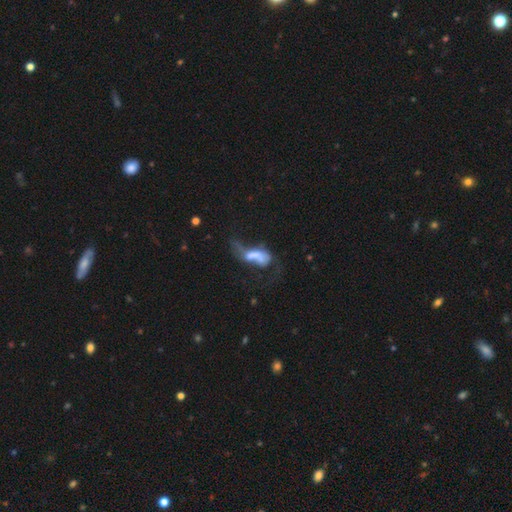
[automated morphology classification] Smooth or featured? featured or disk (46%)
Merging? major disturbance (42%)